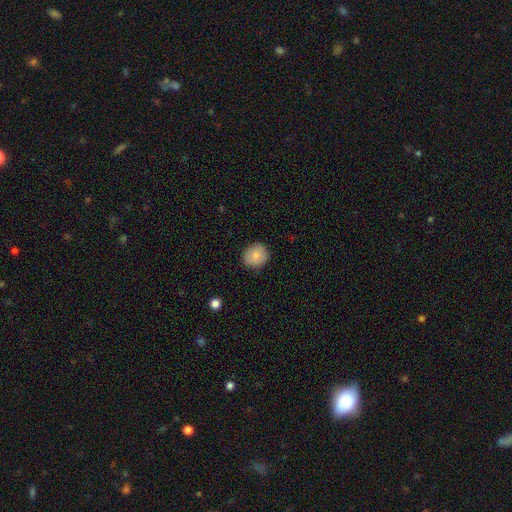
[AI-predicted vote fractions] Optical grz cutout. It shows a smooth galaxy with no disk features (84%) that is round (84%). Merging: none (87%).